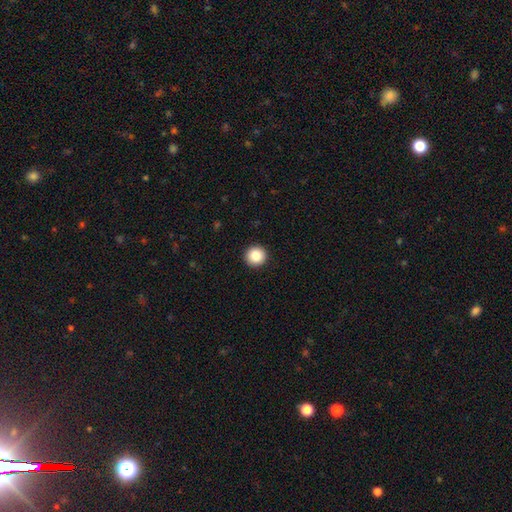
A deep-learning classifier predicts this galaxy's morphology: Smooth or featured? smooth (86%)
How rounded? round (96%)
Merging? none (94%)